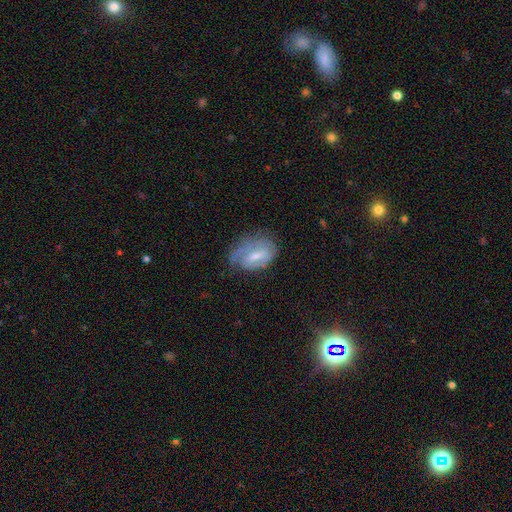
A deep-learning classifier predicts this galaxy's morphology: Q: Smooth or featured?
A: featured or disk (59%); runner-up: smooth (33%)
Q: Edge-on disk?
A: no (95%); runner-up: yes (5%)
Q: Bar?
A: weak (54%); runner-up: no (26%)
Q: Spiral arms?
A: yes (74%); runner-up: no (26%)
Q: Bulge size?
A: moderate (46%); runner-up: small (42%)
Q: Merging?
A: none (47%); runner-up: minor disturbance (32%)